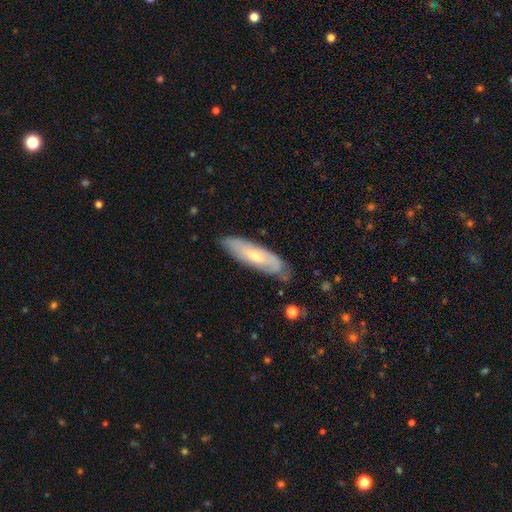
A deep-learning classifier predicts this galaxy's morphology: smooth-or-featured: featured or disk: 50% | smooth: 44% | star or artifact: 6%
  merging: none: 73% | minor disturbance: 21% | major disturbance: 4% | merger: 2%